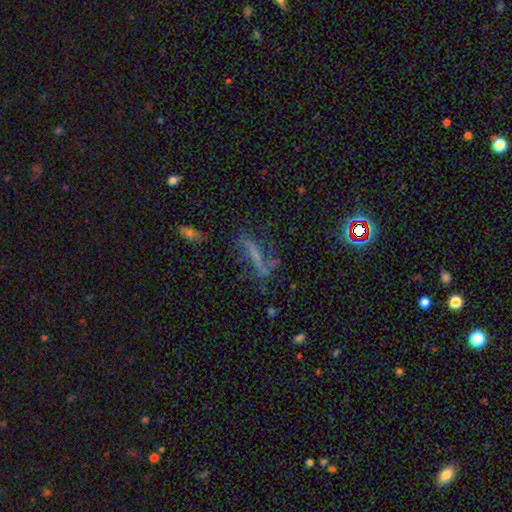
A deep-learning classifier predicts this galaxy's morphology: Overall: featured or disk (45%; smooth 32%). Merging: none (50%; major disturbance 22%).